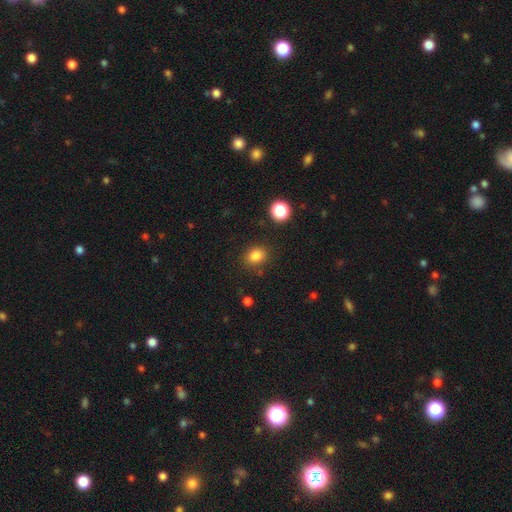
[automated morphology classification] This is clearly a smooth galaxy (83%). How rounded: possibly round (55%). Merging: clearly none (83%).